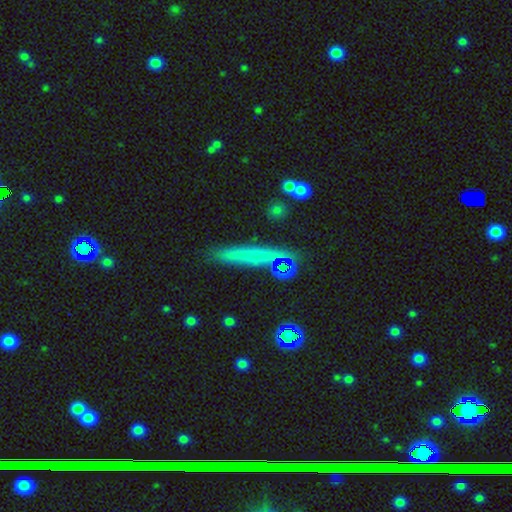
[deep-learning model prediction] smooth_or_featured: smooth (p=0.61) [alt: featured or disk p=0.28]
how_rounded: cigar-shaped (p=0.93) [alt: in between p=0.04]
merging: none (p=0.82) [alt: minor disturbance p=0.11]